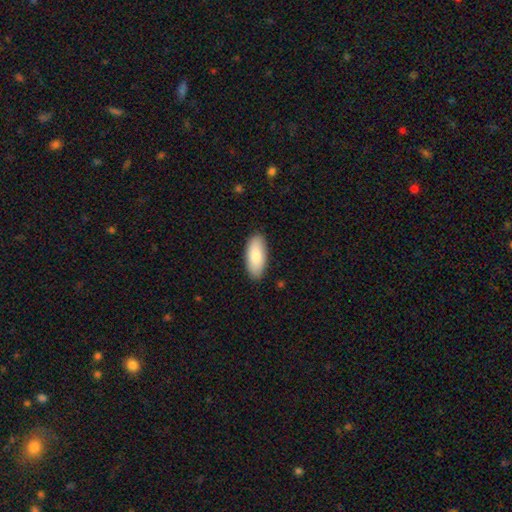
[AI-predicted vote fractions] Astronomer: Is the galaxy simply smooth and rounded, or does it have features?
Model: smooth — 86%.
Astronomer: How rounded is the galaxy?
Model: in between — 89%.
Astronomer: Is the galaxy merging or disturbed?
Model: none — 88%.